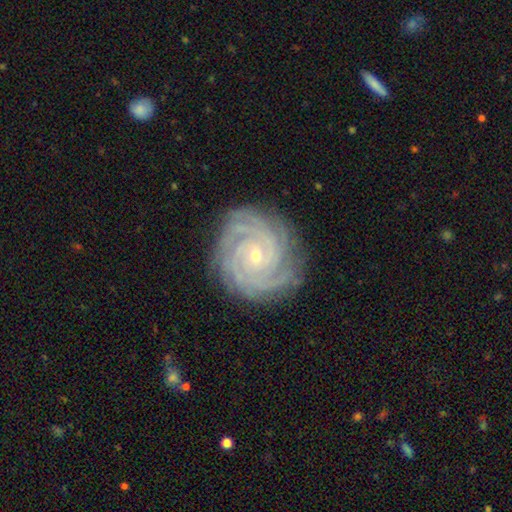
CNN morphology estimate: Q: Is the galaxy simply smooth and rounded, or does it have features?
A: featured or disk — 90%.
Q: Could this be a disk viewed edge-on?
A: no — 98%.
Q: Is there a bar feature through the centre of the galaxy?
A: no — 73%.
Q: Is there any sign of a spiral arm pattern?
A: yes — 99%.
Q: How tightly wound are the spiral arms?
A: tight — 86%.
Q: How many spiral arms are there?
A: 4 — 31%.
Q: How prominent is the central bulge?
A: small — 74%.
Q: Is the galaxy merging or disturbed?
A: none — 85%.